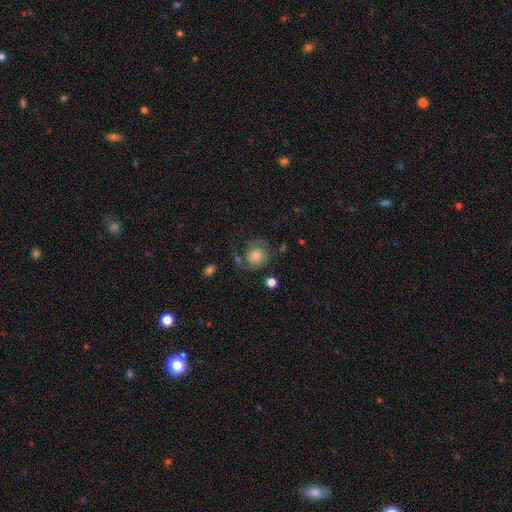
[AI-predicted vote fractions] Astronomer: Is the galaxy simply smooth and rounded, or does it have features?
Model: smooth — 47% (runner-up: featured or disk, 43%).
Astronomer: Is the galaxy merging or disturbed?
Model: none — 54%.